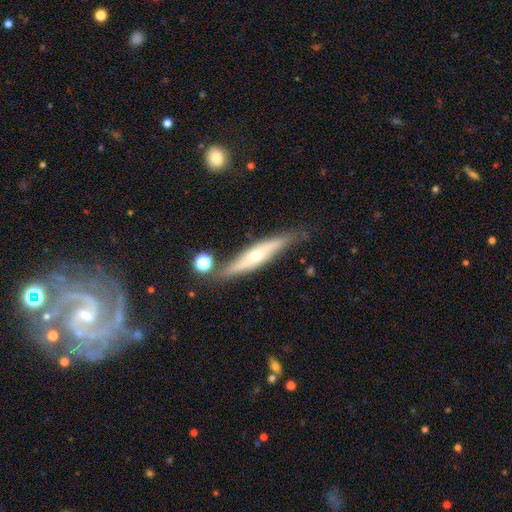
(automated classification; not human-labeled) smooth-or-featured: featured or disk: 59% | smooth: 34% | star or artifact: 7%
  disk-edge-on: yes: 85% | no: 15%
  merging: none: 74% | minor disturbance: 17% | merger: 5% | major disturbance: 4%